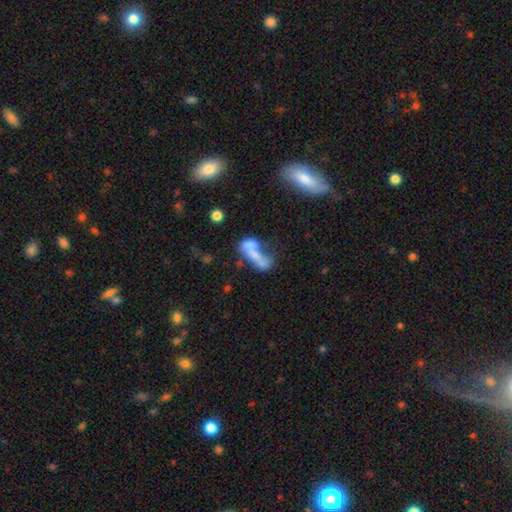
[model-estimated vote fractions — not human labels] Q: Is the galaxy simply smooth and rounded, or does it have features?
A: smooth — 52%.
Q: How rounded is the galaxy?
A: in between — 60%.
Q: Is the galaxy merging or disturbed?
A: merger — 42%.